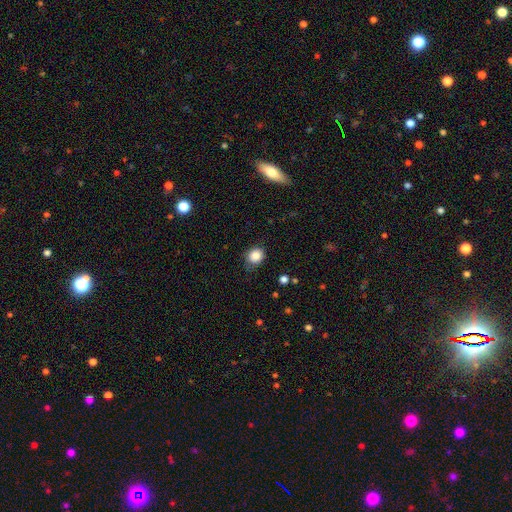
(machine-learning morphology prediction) smooth 85%, star or artifact 10%, featured or disk 5%. Down the decision tree: how rounded — round (75%); merging — none (72%).